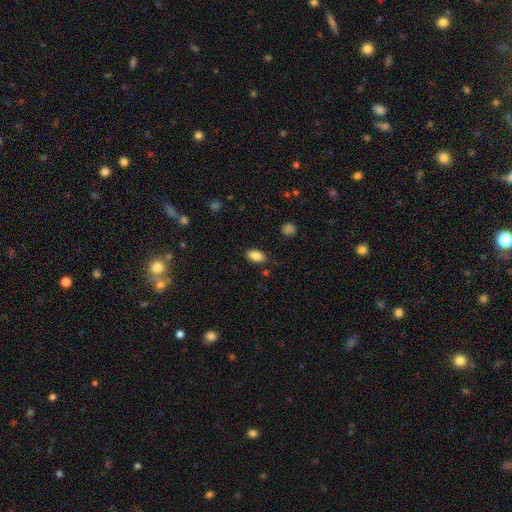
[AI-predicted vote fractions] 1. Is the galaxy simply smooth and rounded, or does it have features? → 86% smooth, 8% star or artifact, 6% featured or disk.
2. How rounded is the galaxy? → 91% in between, 7% round, 2% cigar-shaped.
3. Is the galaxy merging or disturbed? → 84% none, 11% minor disturbance, 3% major disturbance, 2% merger.